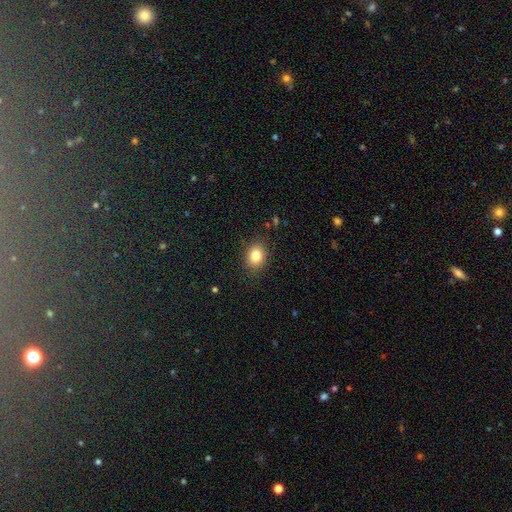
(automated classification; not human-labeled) smooth_or_featured: smooth (p=0.83) [alt: star or artifact p=0.10]
how_rounded: in between (p=0.55) [alt: round p=0.44]
merging: none (p=0.86) [alt: minor disturbance p=0.10]